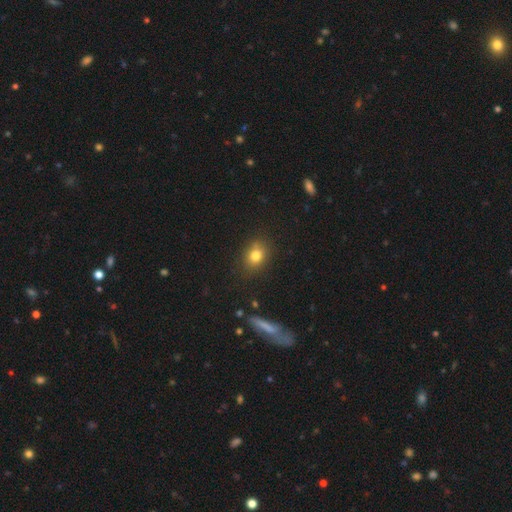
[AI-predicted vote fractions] Overall: smooth (80%). How rounded: round (49%, tied with in between). Merging: none (84%).